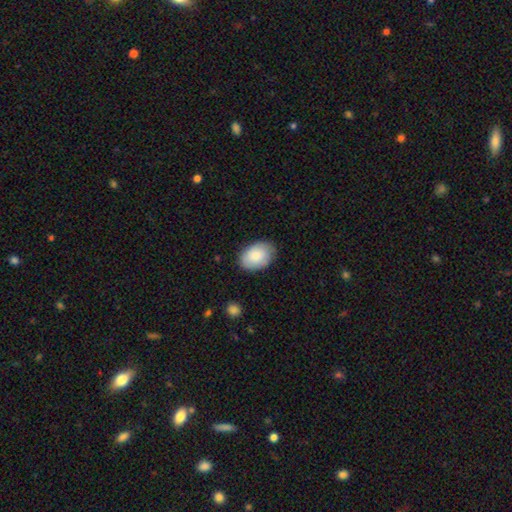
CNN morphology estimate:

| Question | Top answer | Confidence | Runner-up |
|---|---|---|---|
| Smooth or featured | smooth | 81% | featured or disk (13%) |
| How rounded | in between | 85% | round (14%) |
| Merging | none | 81% | minor disturbance (15%) |